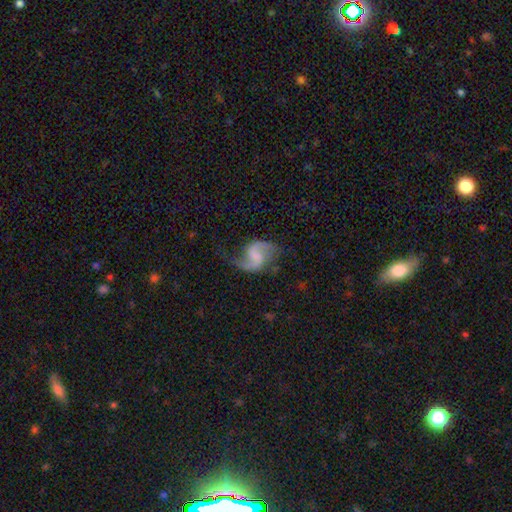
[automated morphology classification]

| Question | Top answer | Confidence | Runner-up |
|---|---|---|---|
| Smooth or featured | featured or disk | 87% | smooth (8%) |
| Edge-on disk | no | 98% | yes (2%) |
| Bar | weak | 52% | no (31%) |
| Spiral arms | yes | 97% | no (3%) |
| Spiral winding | loose | 63% | medium (32%) |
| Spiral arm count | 2 | 93% | 1 (3%) |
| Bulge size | none | 48% | small (25%) |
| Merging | none | 70% | minor disturbance (18%) |